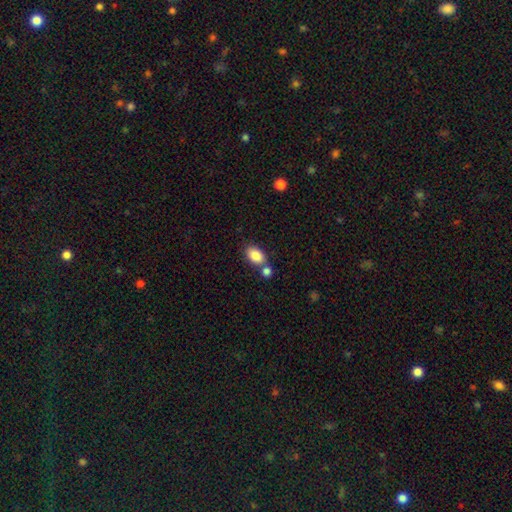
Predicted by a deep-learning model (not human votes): smooth 85%, star or artifact 8%, featured or disk 7%. Down the decision tree: how rounded — in between (87%); merging — none (61%).